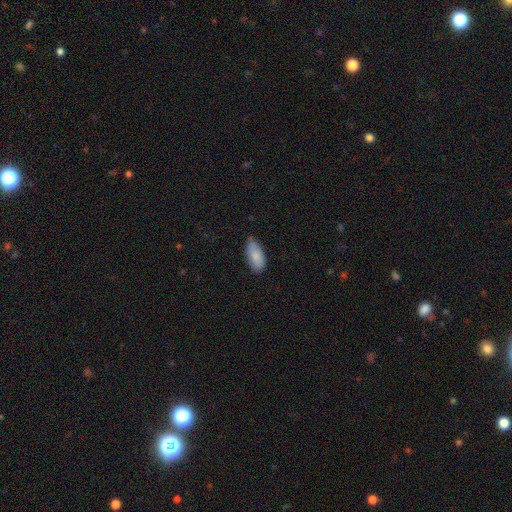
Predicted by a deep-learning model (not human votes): Smooth or featured? smooth (85%)
How rounded? in between (90%)
Merging? none (77%)